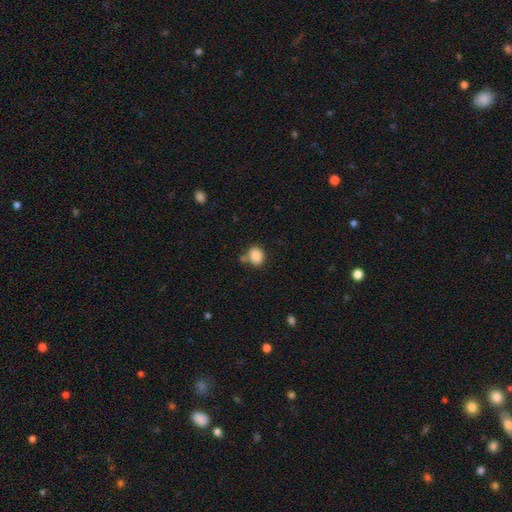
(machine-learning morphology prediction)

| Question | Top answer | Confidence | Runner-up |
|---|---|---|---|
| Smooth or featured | smooth | 87% | star or artifact (9%) |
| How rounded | round | 55% | in between (45%) |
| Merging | none | 67% | merger (15%) |